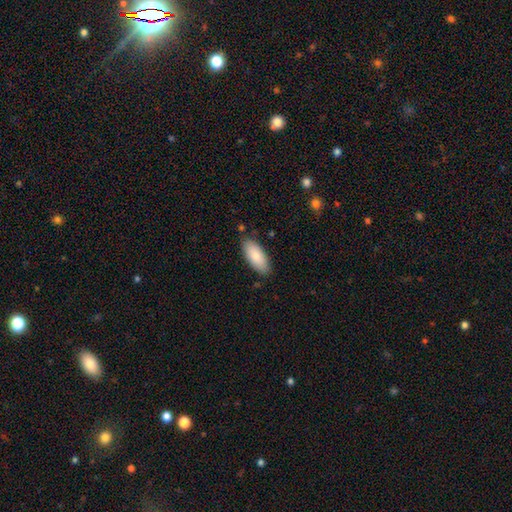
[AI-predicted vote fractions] A smooth galaxy with no disk features (85%) that is in between round and cigar-shaped (86%).

Vote fractions:
- Smooth or featured? smooth: 85% / featured or disk: 9% / star or artifact: 6%
- How rounded? in between: 86% / cigar-shaped: 13% / round: 2%
- Merging? none: 84% / minor disturbance: 12% / major disturbance: 2% / merger: 2%